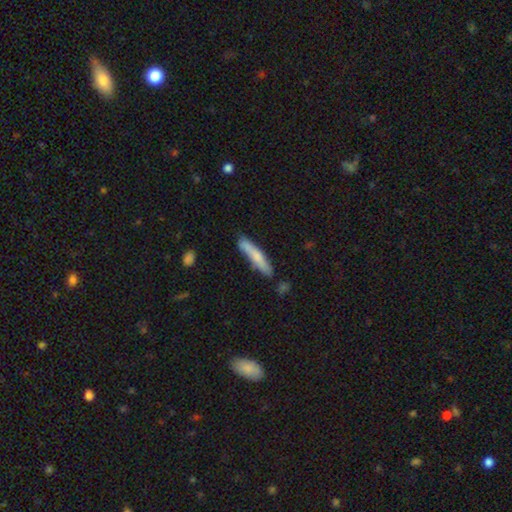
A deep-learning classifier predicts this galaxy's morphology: Smooth or featured?
  - smooth: 69% *
  - featured or disk: 25%
  - star or artifact: 5%
How rounded?
  - cigar-shaped: 91% *
  - in between: 8%
  - round: 1%
Merging?
  - none: 77% *
  - minor disturbance: 16%
  - merger: 4%
  - major disturbance: 3%